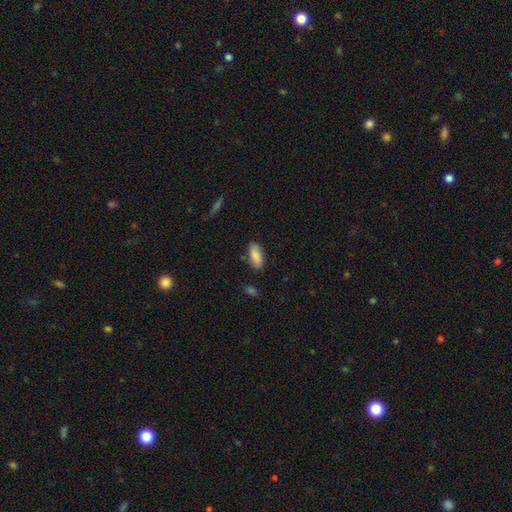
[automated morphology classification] smooth 85%, featured or disk 8%, star or artifact 6%. Down the decision tree: how rounded — in between (89%); merging — none (78%).